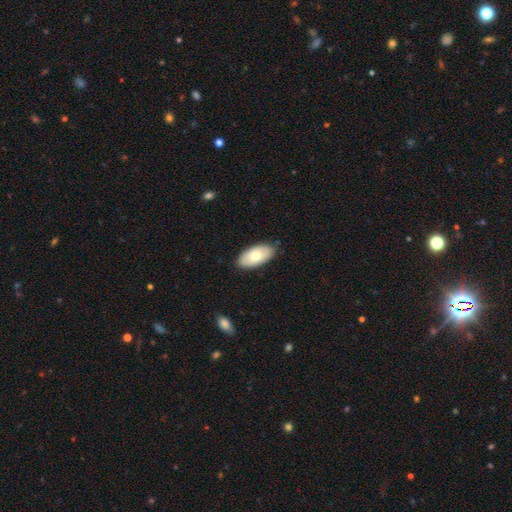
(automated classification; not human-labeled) Smooth or featured: smooth — 67% (featured or disk — 27%)
How rounded: in between — 95% (cigar-shaped — 3%)
Merging: none — 87% (minor disturbance — 10%)